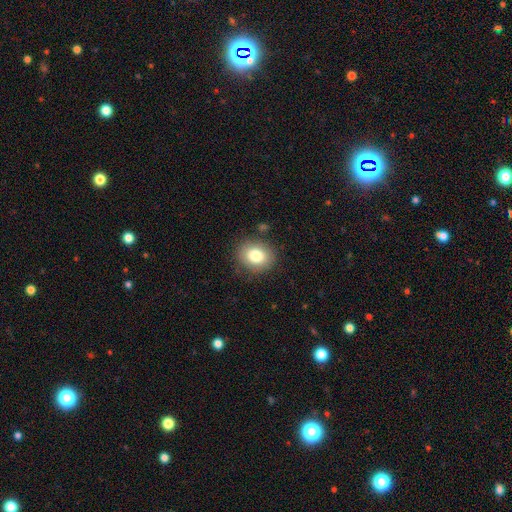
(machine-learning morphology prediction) Smooth or featured? smooth (80%)
How rounded? round (61%)
Merging? none (84%)